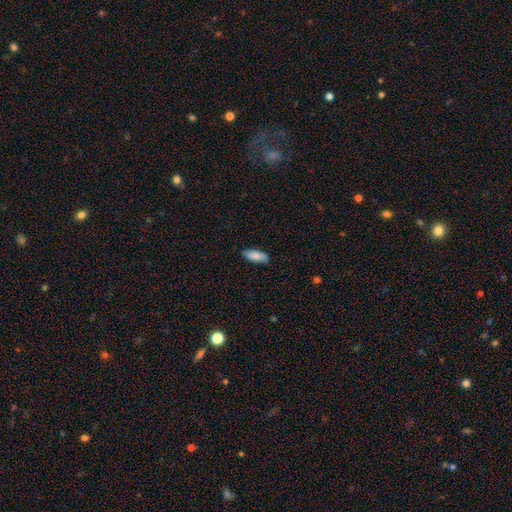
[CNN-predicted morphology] The model was most divided on "how rounded": in between: 74%, cigar-shaped: 25%, round: 2%. More confident: smooth or featured — smooth (87%); merging — none (84%).